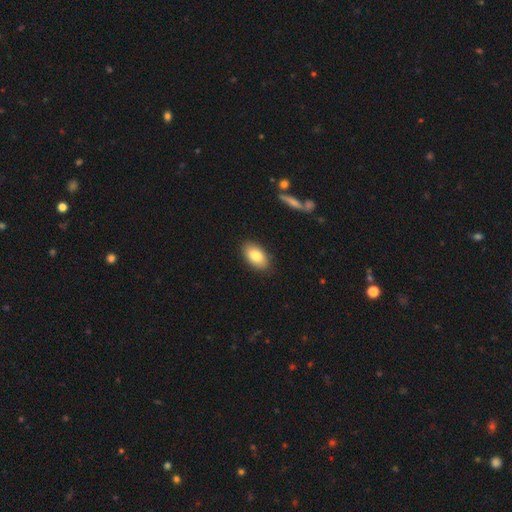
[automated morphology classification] smooth 82%, featured or disk 11%, star or artifact 7%. Down the decision tree: how rounded — in between (92%); merging — none (88%).